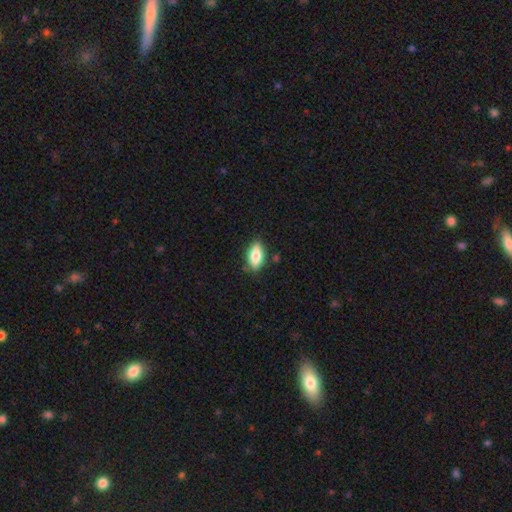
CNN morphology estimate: Smooth or featured: smooth — 73% (featured or disk — 19%)
How rounded: in between — 83% (cigar-shaped — 12%)
Merging: none — 82% (minor disturbance — 13%)